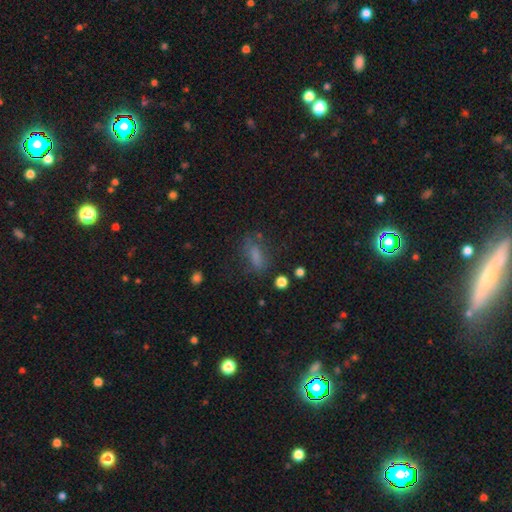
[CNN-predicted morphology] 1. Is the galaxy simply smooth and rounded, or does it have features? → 69% smooth, 16% star or artifact, 15% featured or disk.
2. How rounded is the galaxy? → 65% in between, 29% cigar-shaped, 6% round.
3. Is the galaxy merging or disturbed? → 60% none, 21% minor disturbance, 15% major disturbance, 4% merger.